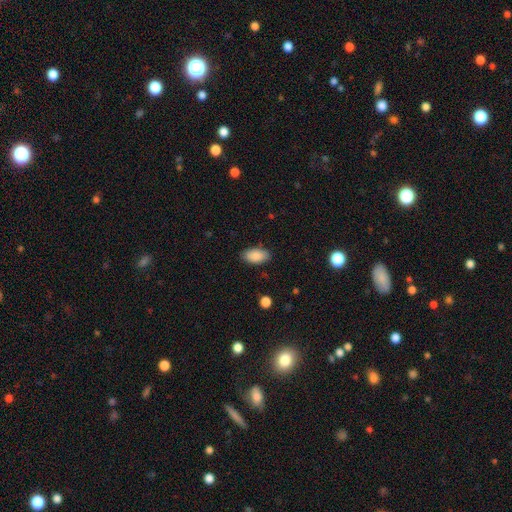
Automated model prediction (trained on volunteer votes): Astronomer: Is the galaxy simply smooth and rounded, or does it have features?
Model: smooth — 88%.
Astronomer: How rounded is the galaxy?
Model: in between — 94%.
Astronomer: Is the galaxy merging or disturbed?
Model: none — 85%.